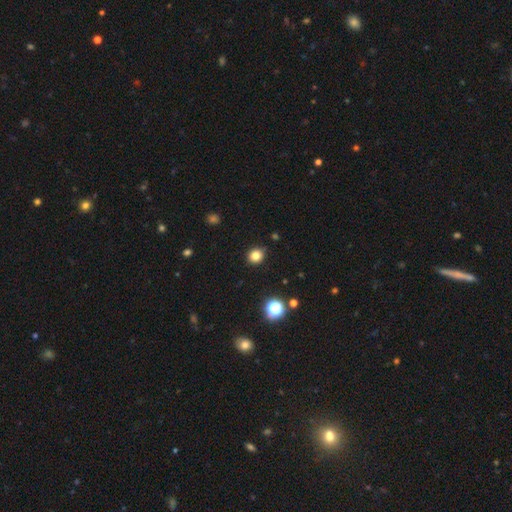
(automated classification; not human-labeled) Morphology: type=smooth (81%); roundness=round (80%); merging=none (87%).